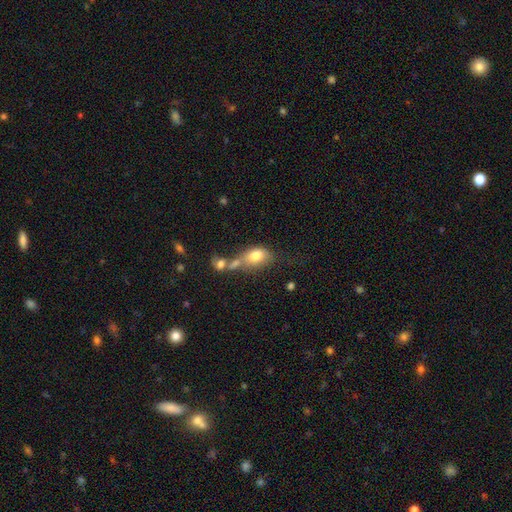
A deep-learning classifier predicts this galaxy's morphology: smooth-or-featured: smooth: 76% | featured or disk: 14% | star or artifact: 9%
  how-rounded: in between: 78% | round: 20% | cigar-shaped: 2%
  merging: merger: 45% | none: 29% | minor disturbance: 15% | major disturbance: 11%